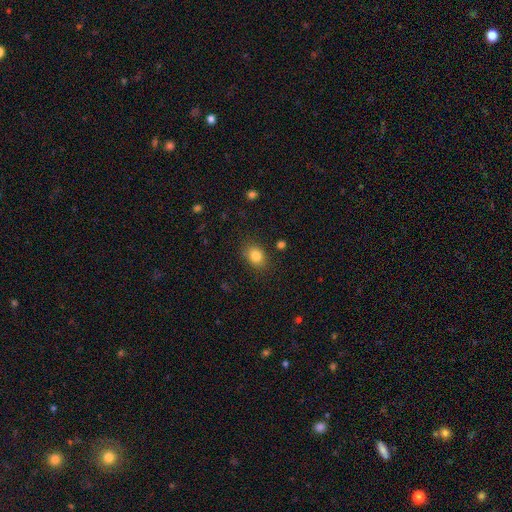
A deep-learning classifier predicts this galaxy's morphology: Smooth or featured?
  - smooth: 83% *
  - star or artifact: 10%
  - featured or disk: 6%
How rounded?
  - in between: 62% *
  - round: 37%
  - cigar-shaped: 1%
Merging?
  - none: 83% *
  - minor disturbance: 11%
  - major disturbance: 3%
  - merger: 2%